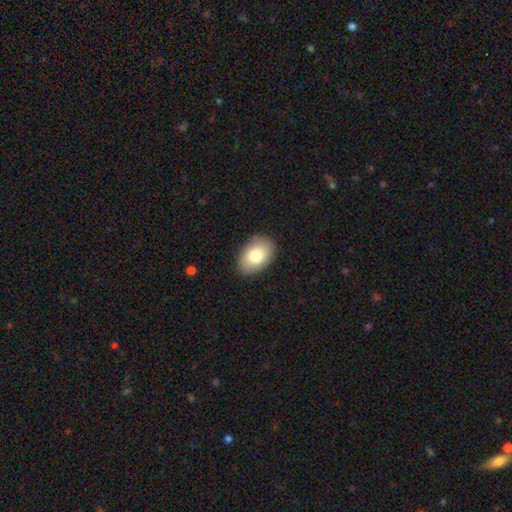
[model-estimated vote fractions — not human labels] The model was most divided on "smooth or featured": smooth: 80%, featured or disk: 13%, star or artifact: 7%. More confident: how rounded — in between (88%); merging — none (87%).